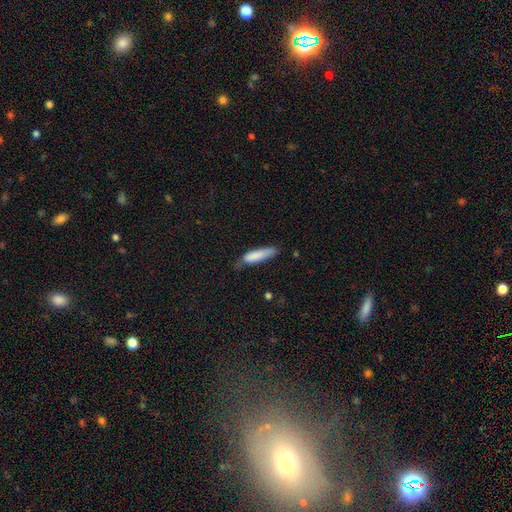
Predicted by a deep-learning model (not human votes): Smooth or featured: smooth — 83% (featured or disk — 11%)
How rounded: cigar-shaped — 72% (in between — 27%)
Merging: none — 52% (minor disturbance — 36%)